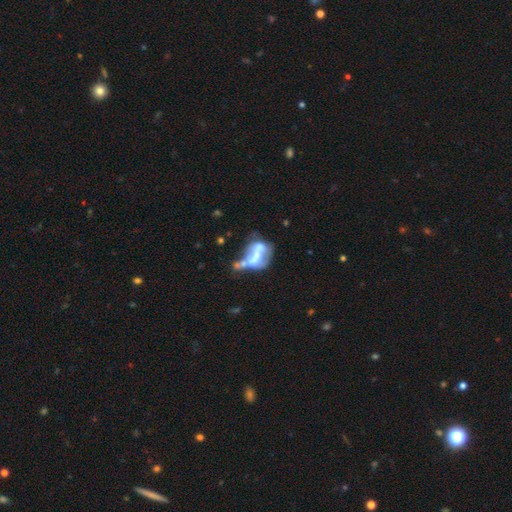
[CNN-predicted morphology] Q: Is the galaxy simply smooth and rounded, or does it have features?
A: featured or disk — 58%.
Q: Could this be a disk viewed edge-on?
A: no — 95%.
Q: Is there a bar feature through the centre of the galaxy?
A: no — 70%.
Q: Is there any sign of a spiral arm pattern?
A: no — 88%.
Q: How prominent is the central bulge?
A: none — 42%.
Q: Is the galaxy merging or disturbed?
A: merger — 42%.